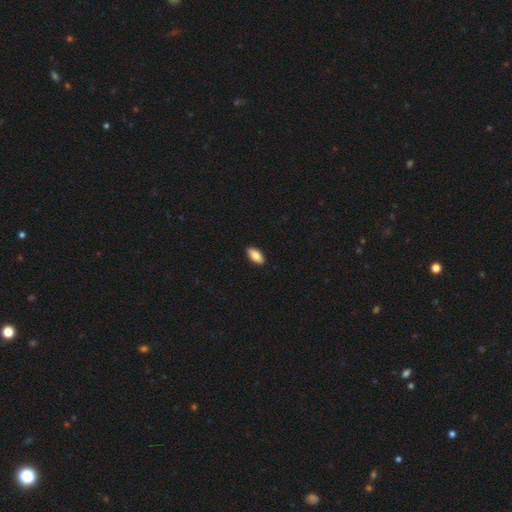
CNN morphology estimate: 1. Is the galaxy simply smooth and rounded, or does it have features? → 84% smooth, 10% featured or disk, 6% star or artifact.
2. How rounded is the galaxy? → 91% in between, 6% cigar-shaped, 2% round.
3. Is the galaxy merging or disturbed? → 90% none, 7% minor disturbance, 1% major disturbance, 1% merger.